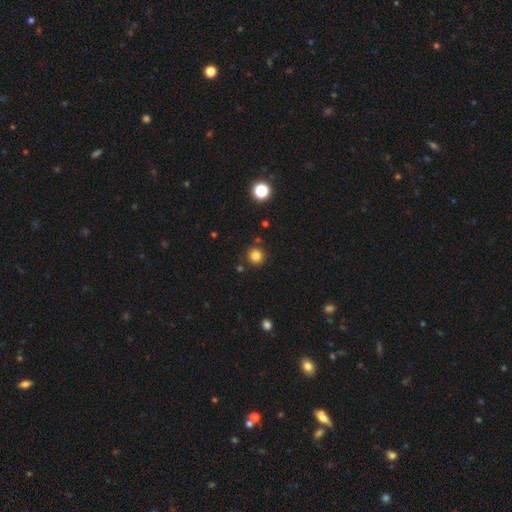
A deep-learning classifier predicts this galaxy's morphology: smooth 82%, star or artifact 13%, featured or disk 4%. Down the decision tree: how rounded — round (94%); merging — none (87%).